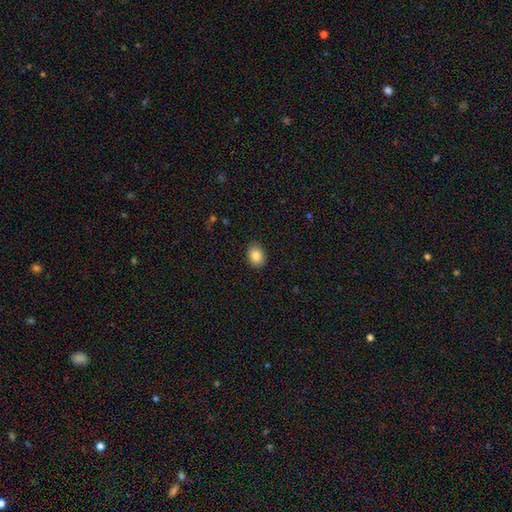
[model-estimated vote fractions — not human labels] Smooth or featured? Predicted: smooth (p=0.87). How rounded? Predicted: in between (p=0.65). Merging? Predicted: none (p=0.89).